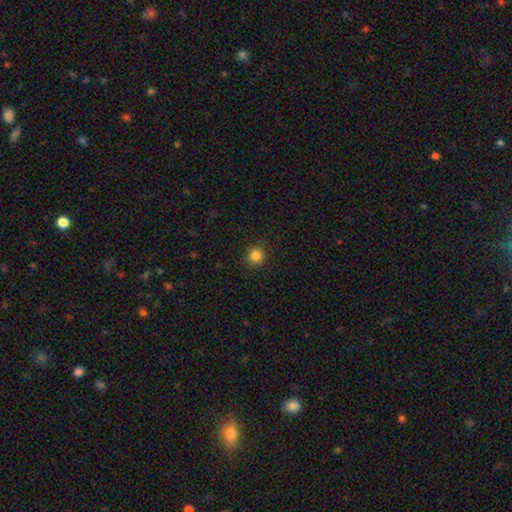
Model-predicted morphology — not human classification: Smooth or featured?
  - smooth: 84% *
  - star or artifact: 12%
  - featured or disk: 4%
How rounded?
  - round: 93% *
  - in between: 6%
  - cigar-shaped: 1%
Merging?
  - none: 91% *
  - minor disturbance: 6%
  - major disturbance: 2%
  - merger: 1%